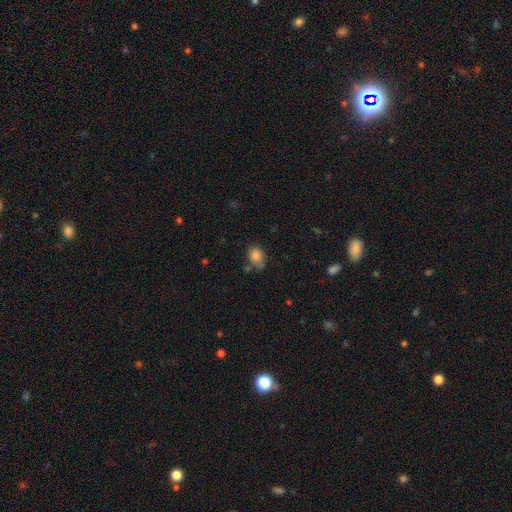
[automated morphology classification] This appears to be a smooth galaxy with no disk features (84%) that is round (54%). Merging: none (57%).